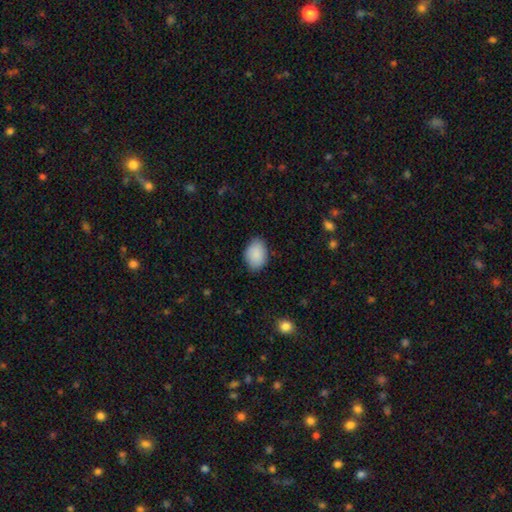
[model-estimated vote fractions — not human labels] A smooth galaxy with no disk features (90%) that is in between round and cigar-shaped (83%).

Vote fractions:
- Smooth or featured? smooth: 90% / star or artifact: 6% / featured or disk: 4%
- How rounded? in between: 83% / round: 16% / cigar-shaped: 1%
- Merging? none: 82% / minor disturbance: 14% / major disturbance: 3% / merger: 1%